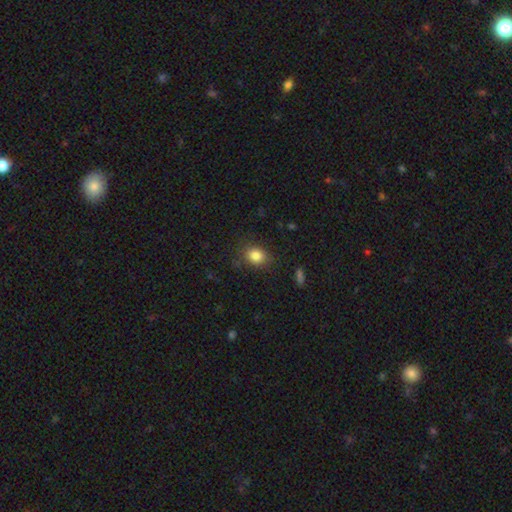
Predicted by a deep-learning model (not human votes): Smooth or featured? Predicted: smooth (p=0.84). How rounded? Predicted: round (p=0.55). Merging? Predicted: none (p=0.81).